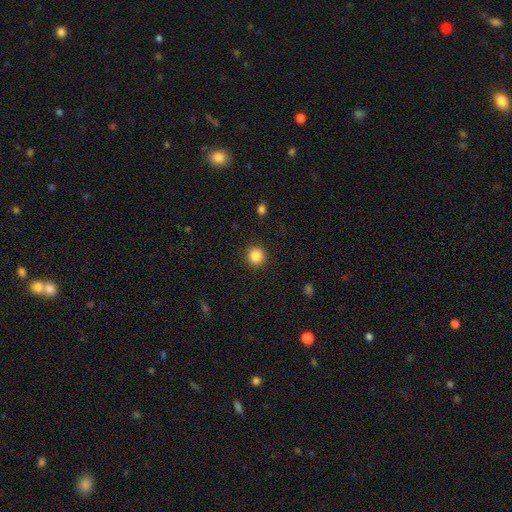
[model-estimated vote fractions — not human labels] A smooth galaxy with no disk features (86%) that is round (92%). Merging: none (91%).